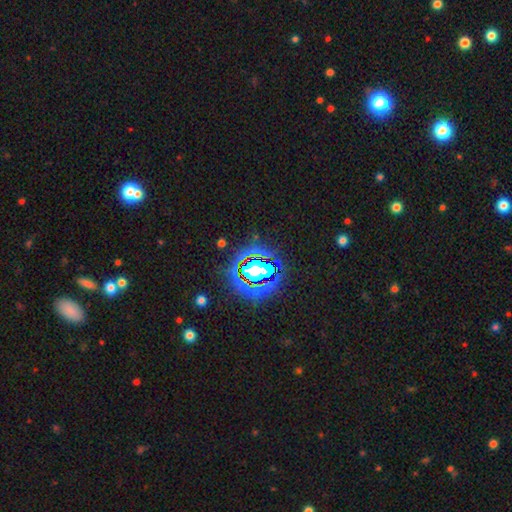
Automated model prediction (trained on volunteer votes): Overall: star or artifact (78%).